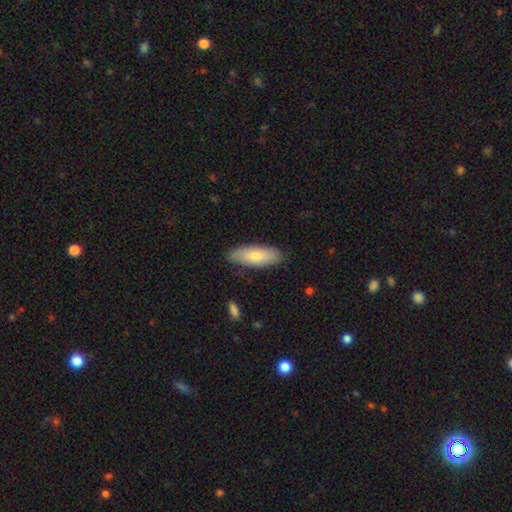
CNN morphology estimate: Overall: smooth (74%). How rounded: in between (67%; cigar-shaped 31%). Merging: none (85%).